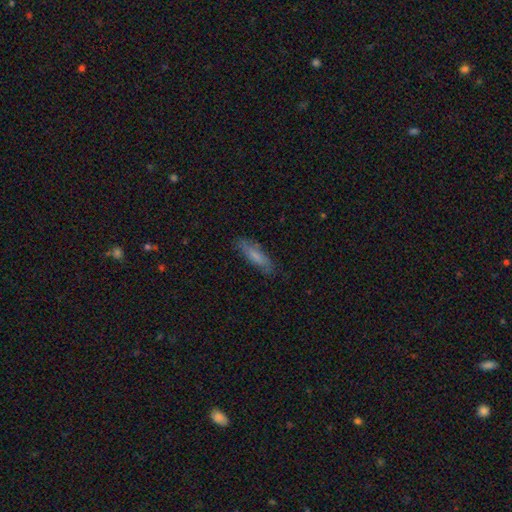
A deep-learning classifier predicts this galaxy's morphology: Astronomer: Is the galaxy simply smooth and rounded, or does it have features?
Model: smooth — 73%.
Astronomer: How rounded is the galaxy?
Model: cigar-shaped — 66%.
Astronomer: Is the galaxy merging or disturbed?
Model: none — 80%.